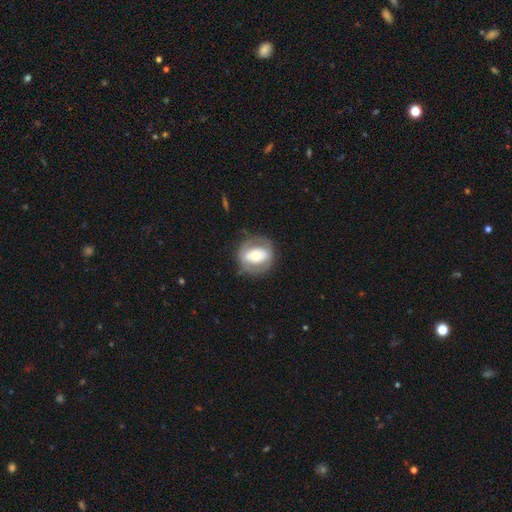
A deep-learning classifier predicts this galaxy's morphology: This is possibly a featured or disk galaxy (52%). It is clearly not viewed edge-on (94%). Merging: likely none (75%).